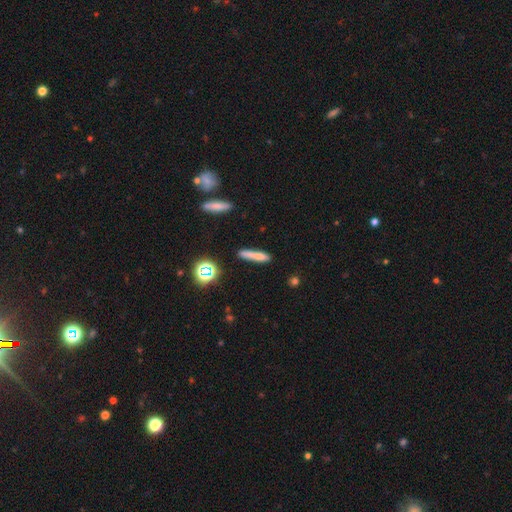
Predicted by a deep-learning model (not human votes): Smooth or featured: smooth — 72% (featured or disk — 16%)
How rounded: cigar-shaped — 86% (in between — 11%)
Merging: none — 72% (minor disturbance — 17%)